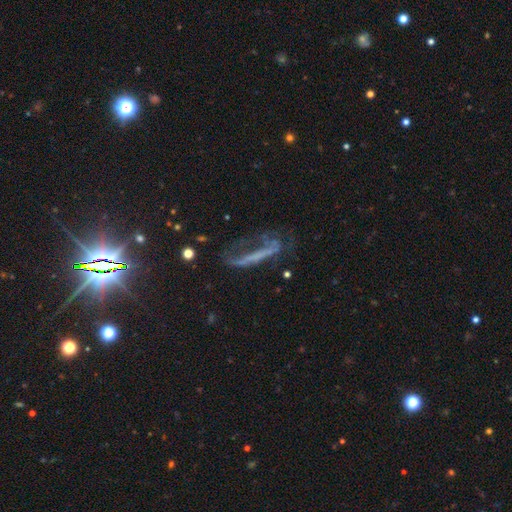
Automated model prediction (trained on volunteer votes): A featured or disk galaxy (44%). Merging: none (48%).